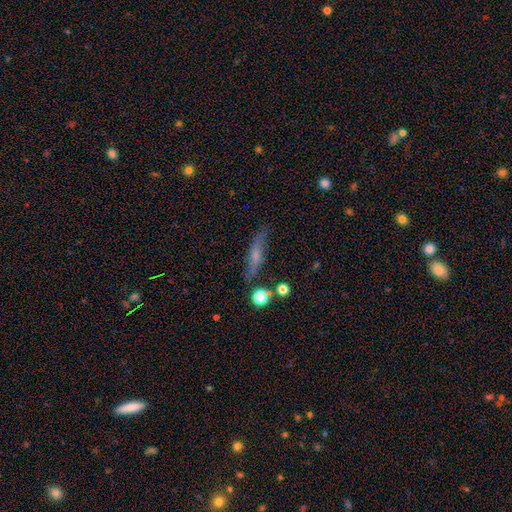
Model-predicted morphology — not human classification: A smooth galaxy with no disk features (48%). Merging: none (68%).